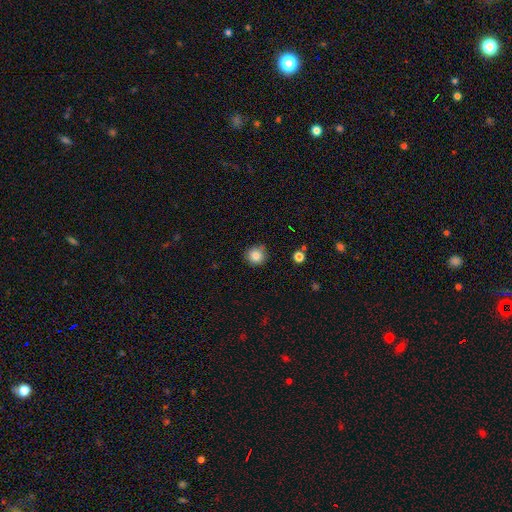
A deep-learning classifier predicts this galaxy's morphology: Q: Smooth or featured?
A: smooth (84%); runner-up: star or artifact (10%)
Q: How rounded?
A: round (92%); runner-up: in between (7%)
Q: Merging?
A: none (83%); runner-up: minor disturbance (12%)